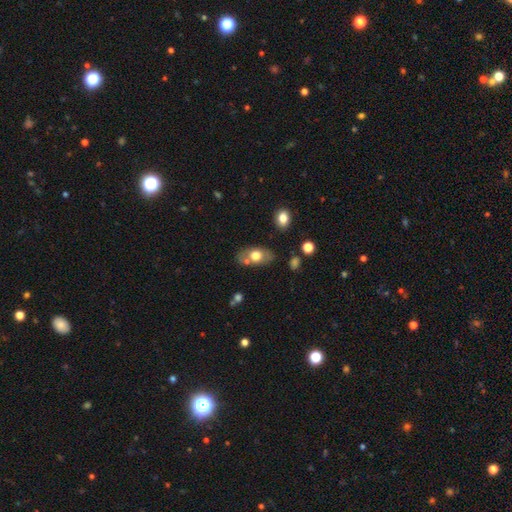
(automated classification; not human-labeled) Smooth or featured?
  - smooth: 63% *
  - featured or disk: 29%
  - star or artifact: 8%
How rounded?
  - in between: 85% *
  - round: 12%
  - cigar-shaped: 3%
Merging?
  - none: 70% *
  - minor disturbance: 15%
  - merger: 11%
  - major disturbance: 4%